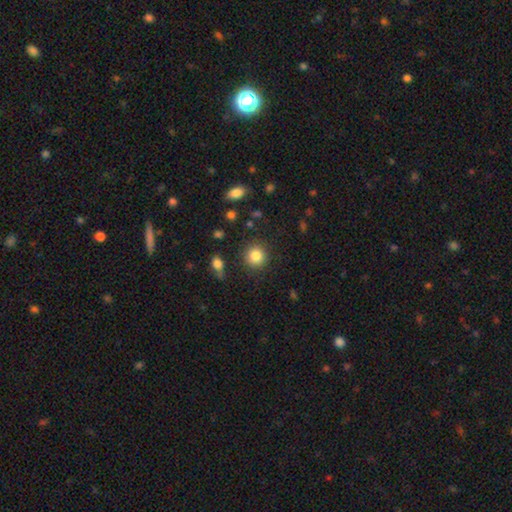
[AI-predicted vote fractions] Overall: smooth (84%). How rounded: round (90%). Merging: none (88%).